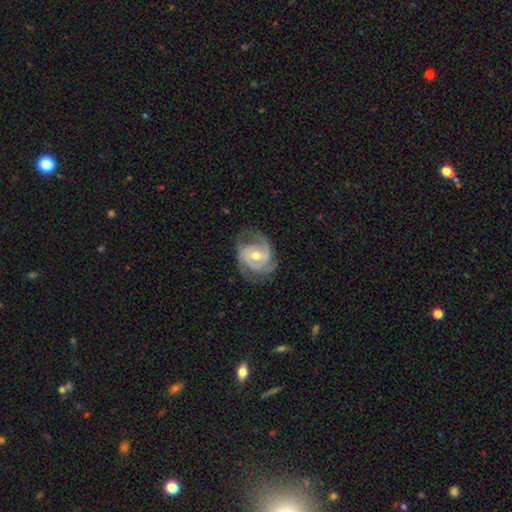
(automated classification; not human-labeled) A featured or disk galaxy (88%) with no bar (49%), 2 (38%) tight (49%) spiral arms (96%) and a moderate central bulge (65%).

Vote fractions:
- Smooth or featured? featured or disk: 88% / smooth: 8% / star or artifact: 5%
- Edge-on disk? no: 98% / yes: 2%
- Bar? no: 49% / weak: 39% / strong: 12%
- Spiral arms? yes: 96% / no: 4%
- Spiral winding? tight: 49% / medium: 41% / loose: 10%
- Spiral arm count? 2: 38% / 3: 36% / can't tell: 13% / 4: 6% / 1: 5% / more than 4: 4%
- Bulge size? moderate: 65% / small: 31% / large: 2% / none: 1% / dominant: 1%
- Merging? none: 70% / minor disturbance: 20% / major disturbance: 9% / merger: 1%